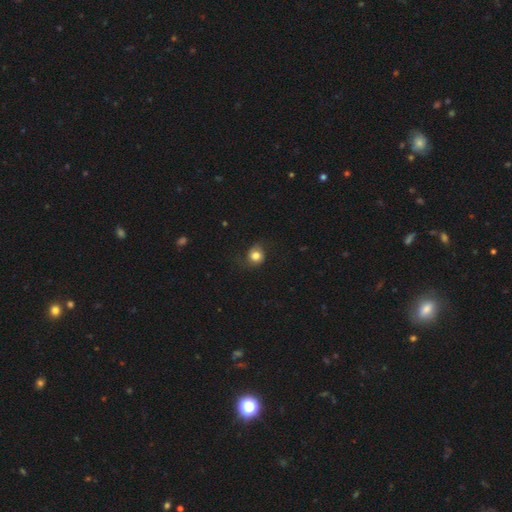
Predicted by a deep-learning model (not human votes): Overall: smooth (77%). How rounded: round (77%). Merging: none (66%).